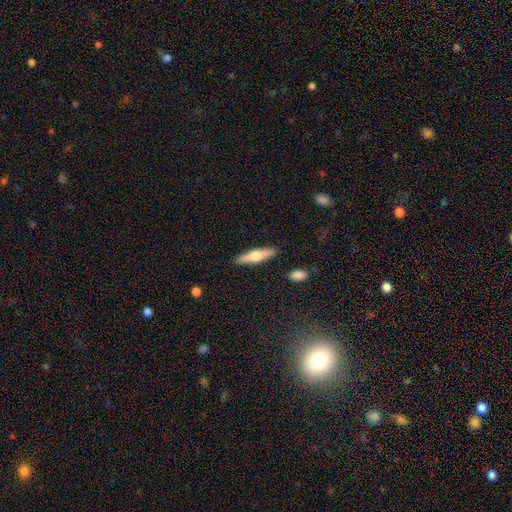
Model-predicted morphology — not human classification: smooth-or-featured: smooth: 48% | featured or disk: 47% | star or artifact: 6%
  merging: none: 89% | minor disturbance: 8% | merger: 2% | major disturbance: 2%